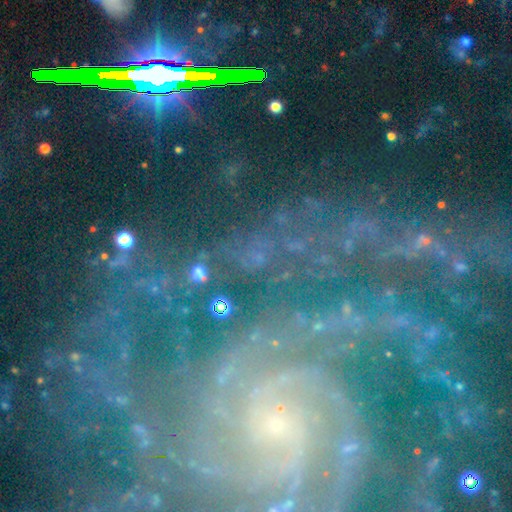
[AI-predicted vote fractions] smooth-or-featured: star or artifact: 60% | featured or disk: 23% | smooth: 17%